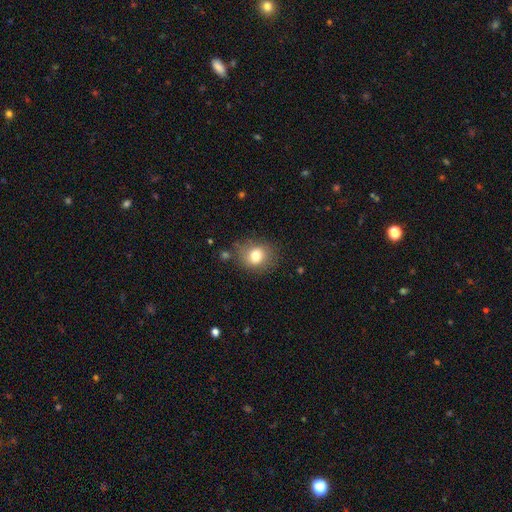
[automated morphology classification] The model was most divided on "how rounded": round: 67%, in between: 32%, cigar-shaped: 1%. More confident: smooth or featured — smooth (77%); merging — none (76%).